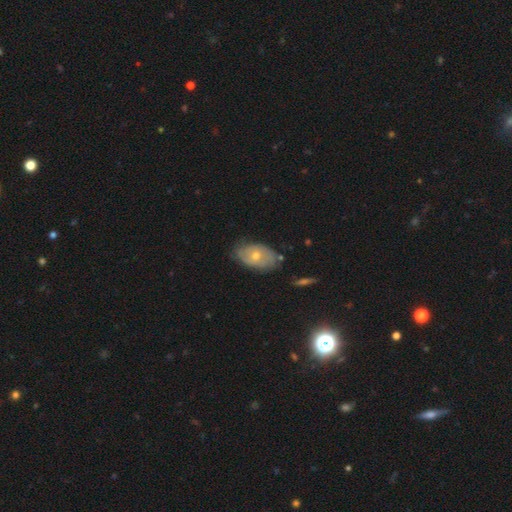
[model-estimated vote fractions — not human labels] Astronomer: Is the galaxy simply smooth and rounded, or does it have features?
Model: featured or disk — 50% (runner-up: smooth, 39%).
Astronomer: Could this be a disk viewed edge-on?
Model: no — 91%.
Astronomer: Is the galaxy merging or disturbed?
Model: none — 72%.